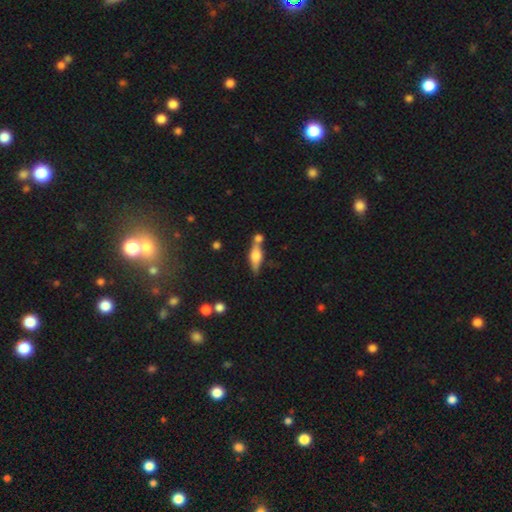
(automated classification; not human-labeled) A featured or disk galaxy (49%). Merging: none (54%).